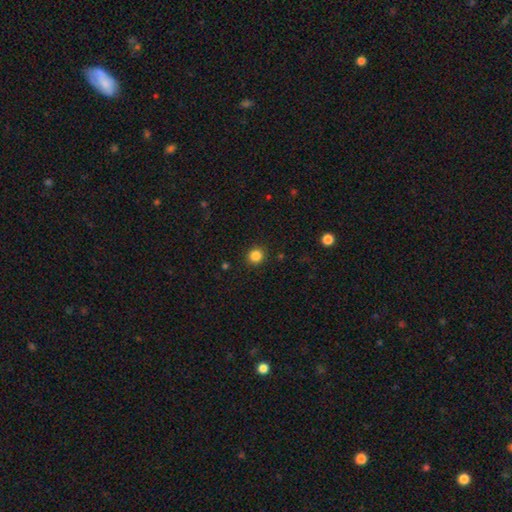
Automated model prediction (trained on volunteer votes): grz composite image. It shows a smooth galaxy with no disk features (85%) that is round (90%). Merging: none (91%).